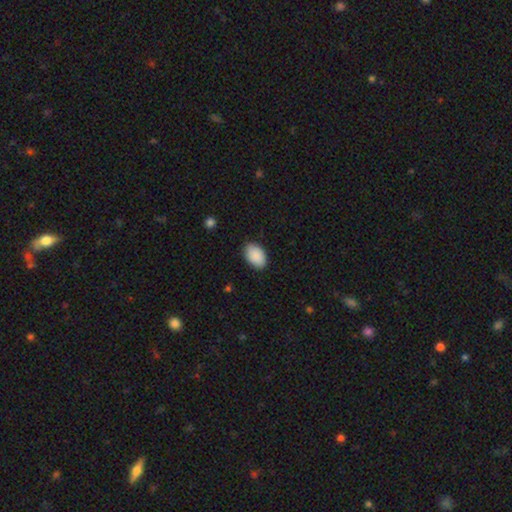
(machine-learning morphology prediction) Smooth or featured? smooth (90%)
How rounded? in between (91%)
Merging? none (87%)